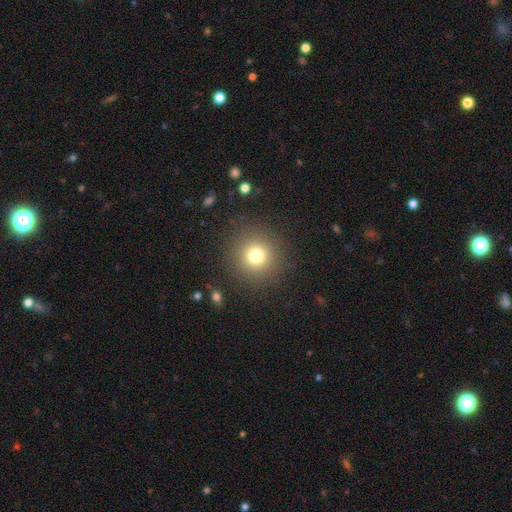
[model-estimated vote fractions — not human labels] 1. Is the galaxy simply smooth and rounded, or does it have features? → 75% smooth, 15% star or artifact, 9% featured or disk.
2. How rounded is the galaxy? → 94% round, 5% in between, 1% cigar-shaped.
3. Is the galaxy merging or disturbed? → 89% none, 6% minor disturbance, 4% major disturbance, 1% merger.